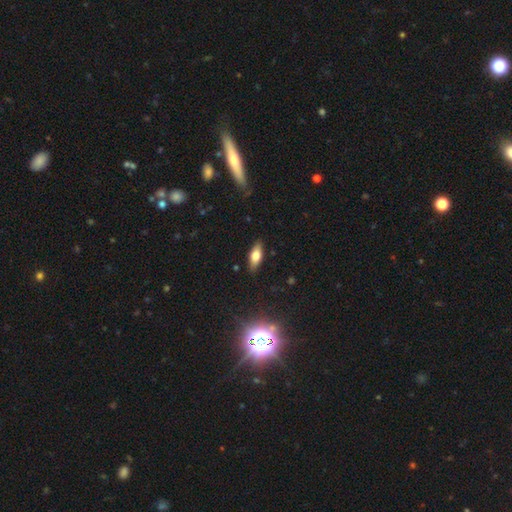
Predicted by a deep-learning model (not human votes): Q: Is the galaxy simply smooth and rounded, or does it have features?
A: smooth — 64%.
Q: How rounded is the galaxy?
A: in between — 72%.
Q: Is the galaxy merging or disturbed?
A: none — 87%.